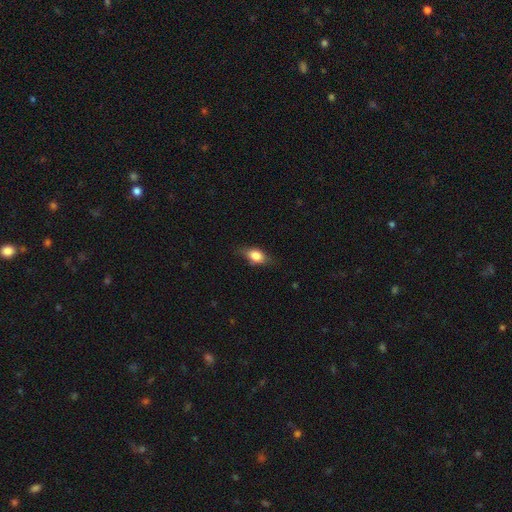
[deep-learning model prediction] Smooth or featured? smooth (72%)
How rounded? in between (77%)
Merging? none (71%)